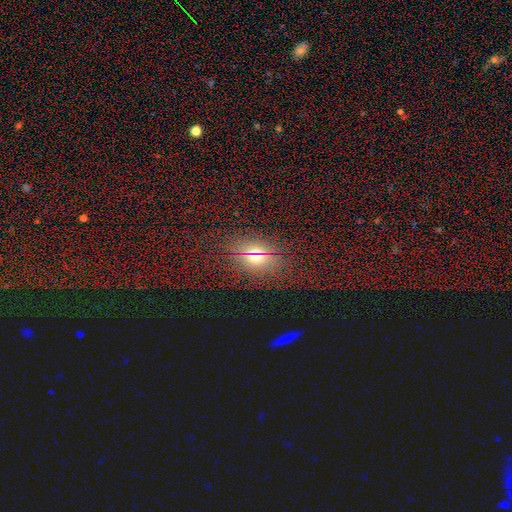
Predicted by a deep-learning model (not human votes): A smooth galaxy with no disk features (53%) that is in between round and cigar-shaped (59%).

Vote fractions:
- Smooth or featured? smooth: 53% / star or artifact: 31% / featured or disk: 15%
- How rounded? in between: 59% / round: 36% / cigar-shaped: 5%
- Merging? none: 82% / minor disturbance: 10% / major disturbance: 6% / merger: 3%